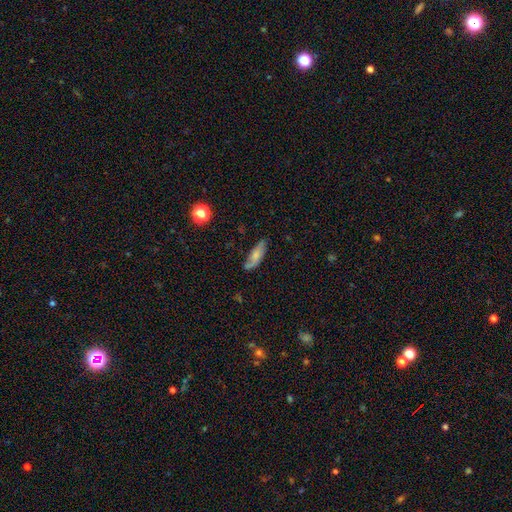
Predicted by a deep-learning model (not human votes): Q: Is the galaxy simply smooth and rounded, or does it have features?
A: smooth — 64%.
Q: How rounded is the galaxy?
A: in between — 60%.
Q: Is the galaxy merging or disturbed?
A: none — 67%.